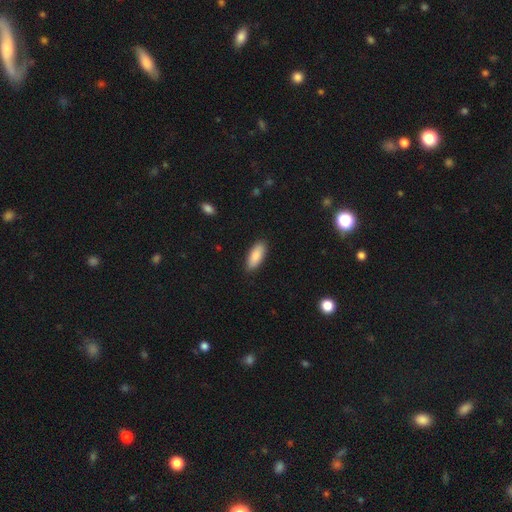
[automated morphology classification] type=smooth (88%); roundness=in between (81%); merging=none (88%).